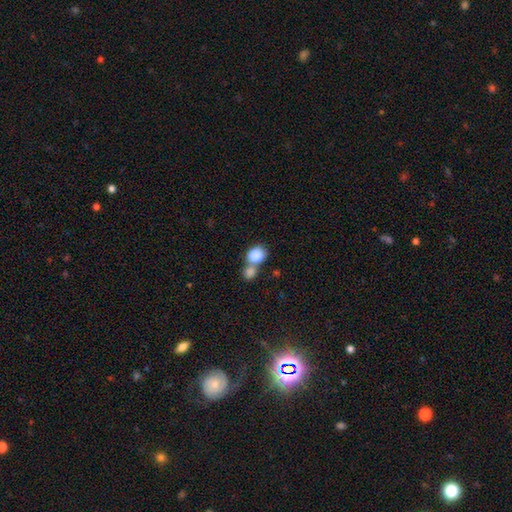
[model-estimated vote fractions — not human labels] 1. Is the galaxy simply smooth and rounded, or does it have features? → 84% smooth, 8% featured or disk, 8% star or artifact.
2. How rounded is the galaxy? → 62% round, 37% in between, 1% cigar-shaped.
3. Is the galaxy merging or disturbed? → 60% merger, 29% none, 7% minor disturbance, 4% major disturbance.